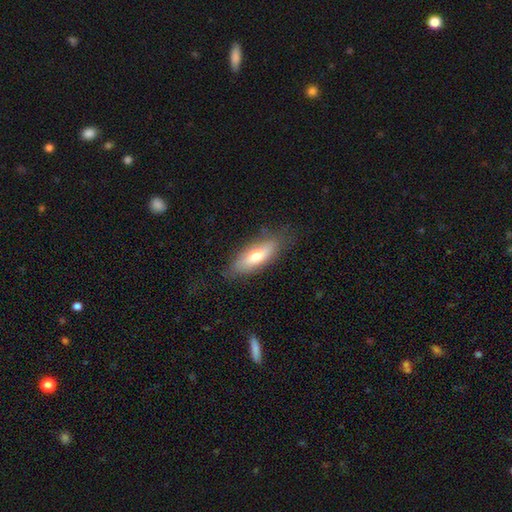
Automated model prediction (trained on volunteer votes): A smooth galaxy with no disk features (64%) that is in between round and cigar-shaped (65%).

Vote fractions:
- Smooth or featured? smooth: 64% / featured or disk: 29% / star or artifact: 7%
- How rounded? in between: 65% / cigar-shaped: 32% / round: 3%
- Merging? none: 76% / minor disturbance: 18% / major disturbance: 5% / merger: 1%